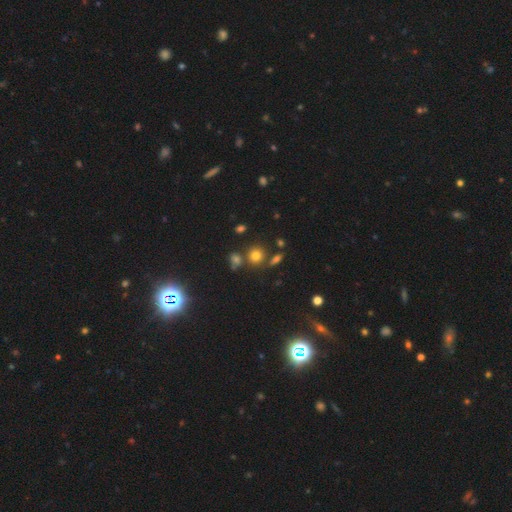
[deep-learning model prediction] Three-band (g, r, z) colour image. It shows a smooth galaxy with no disk features (72%) that is round (84%). Merging: none (73%).